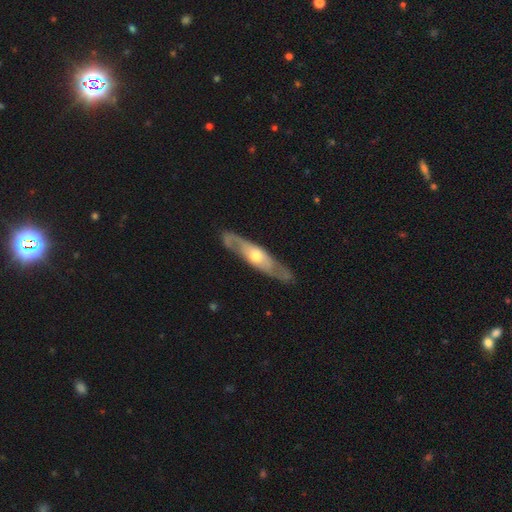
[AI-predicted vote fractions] This appears to be a featured or disk galaxy (71%). Merging: none (82%).